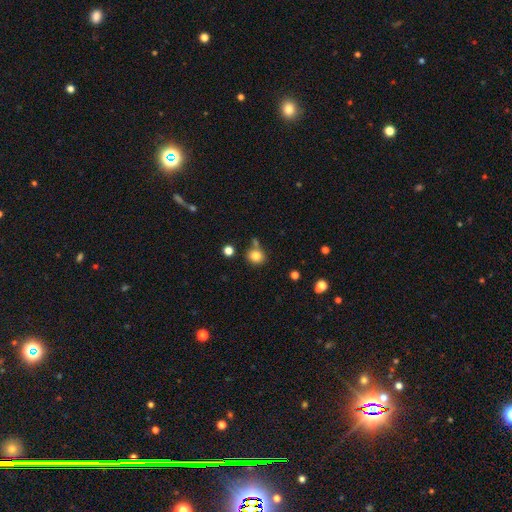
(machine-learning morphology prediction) Q: Smooth or featured?
A: smooth (82%); runner-up: star or artifact (11%)
Q: How rounded?
A: round (77%); runner-up: in between (22%)
Q: Merging?
A: none (67%); runner-up: merger (14%)